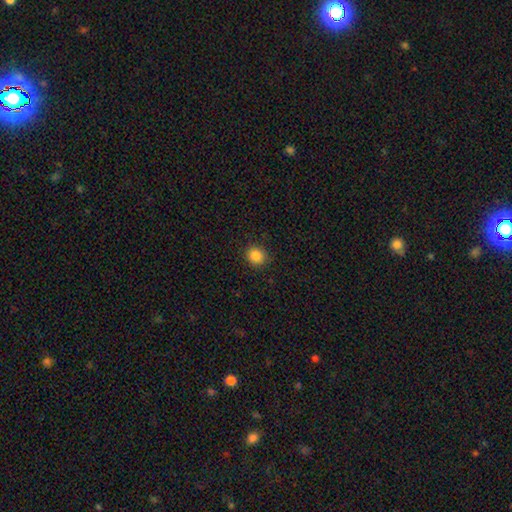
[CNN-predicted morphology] This appears to be a smooth galaxy with no disk features (86%) that is round (82%). Merging: none (89%).